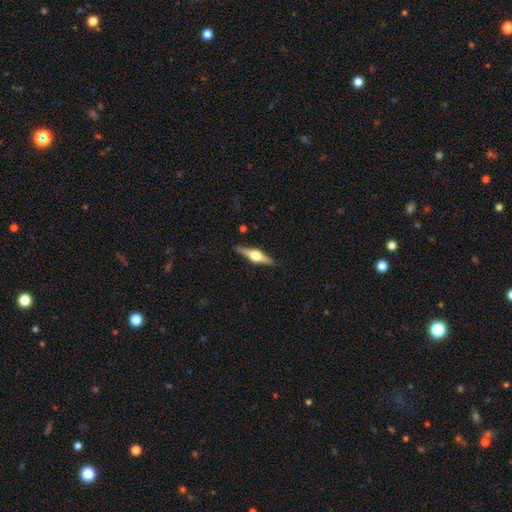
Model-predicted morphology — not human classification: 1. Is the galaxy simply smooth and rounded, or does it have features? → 78% featured or disk, 17% smooth, 5% star or artifact.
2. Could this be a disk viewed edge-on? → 98% yes, 2% no.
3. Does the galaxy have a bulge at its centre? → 95% rounded, 4% boxy, 1% none.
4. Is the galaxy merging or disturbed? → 89% none, 8% minor disturbance, 2% major disturbance, 1% merger.